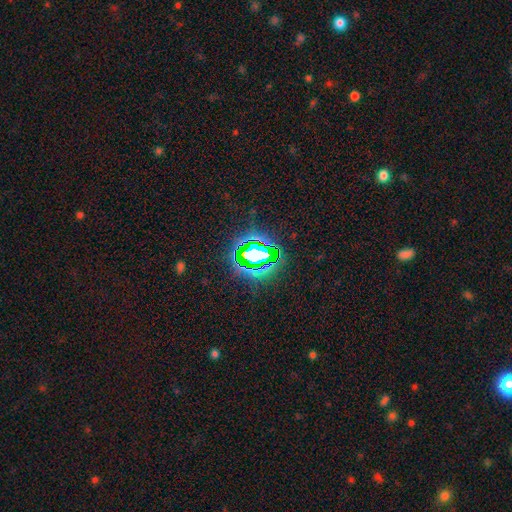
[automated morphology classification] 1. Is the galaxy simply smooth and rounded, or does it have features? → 68% star or artifact, 19% smooth, 13% featured or disk.